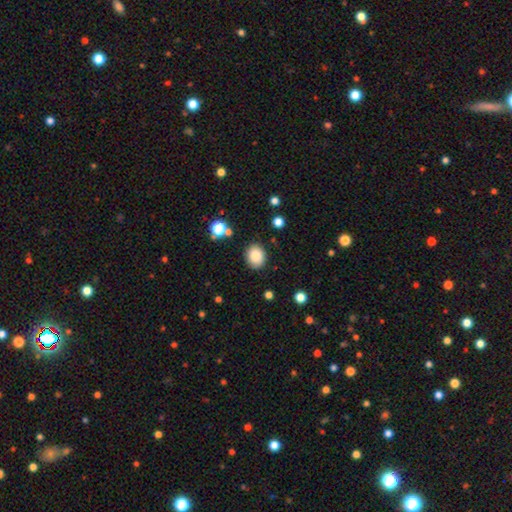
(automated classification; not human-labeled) Morphology: type=smooth (84%); roundness=round (63%); merging=none (83%).